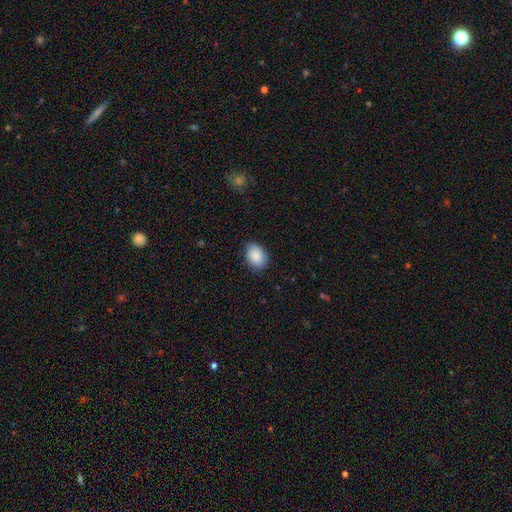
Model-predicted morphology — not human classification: Smooth or featured?
  - smooth: 86% *
  - star or artifact: 7%
  - featured or disk: 6%
How rounded?
  - in between: 73% *
  - round: 26%
  - cigar-shaped: 1%
Merging?
  - none: 76% *
  - minor disturbance: 20%
  - major disturbance: 3%
  - merger: 1%